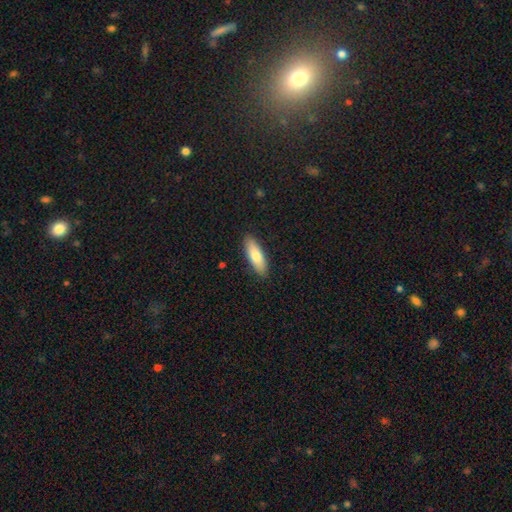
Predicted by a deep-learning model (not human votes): This appears to be a smooth galaxy with no disk features (79%) that is in between round and cigar-shaped (55%). Merging: none (89%).